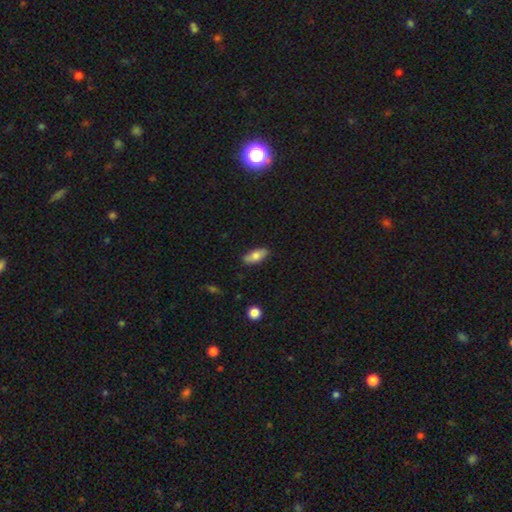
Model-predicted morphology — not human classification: type=smooth (74%); roundness=in between (82%); merging=none (82%).